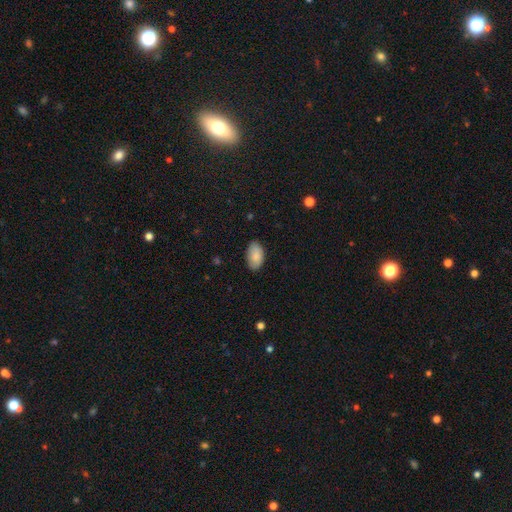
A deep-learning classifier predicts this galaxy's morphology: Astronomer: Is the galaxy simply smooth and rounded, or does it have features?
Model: smooth — 86%.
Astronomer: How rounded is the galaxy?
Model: in between — 94%.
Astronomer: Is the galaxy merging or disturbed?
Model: none — 82%.